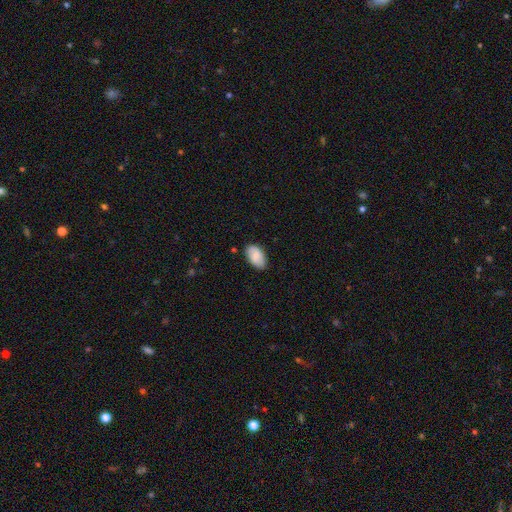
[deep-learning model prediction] A smooth galaxy with no disk features (79%) that is in between round and cigar-shaped (94%). Merging: none (81%).